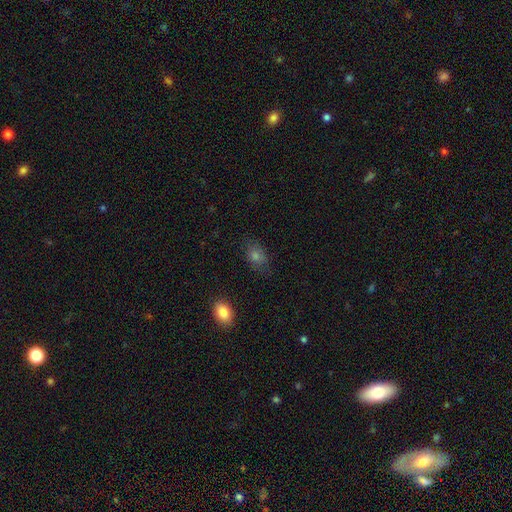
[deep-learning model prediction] A smooth galaxy with no disk features (73%) that is in between round and cigar-shaped (76%). Merging: none (77%).